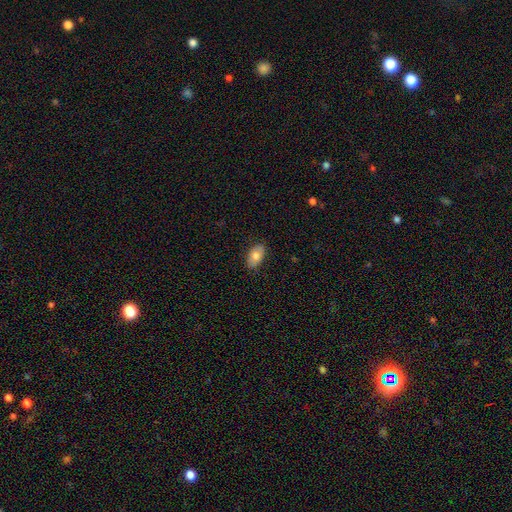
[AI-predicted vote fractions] Smooth or featured: smooth — 80% (featured or disk — 14%)
How rounded: in between — 93% (round — 5%)
Merging: none — 86% (minor disturbance — 11%)